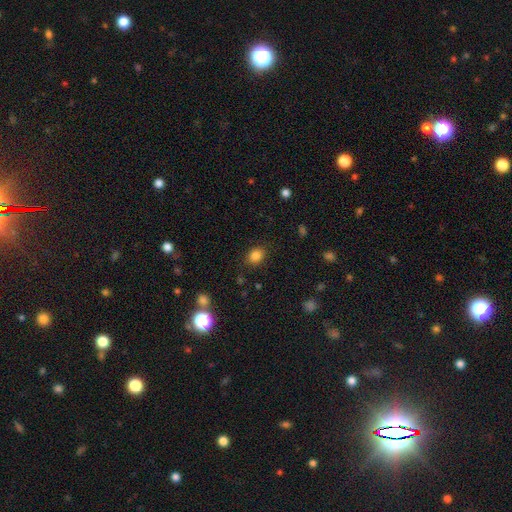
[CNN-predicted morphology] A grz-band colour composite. It shows a smooth galaxy with no disk features (84%) that is round (57%). Merging: none (86%).